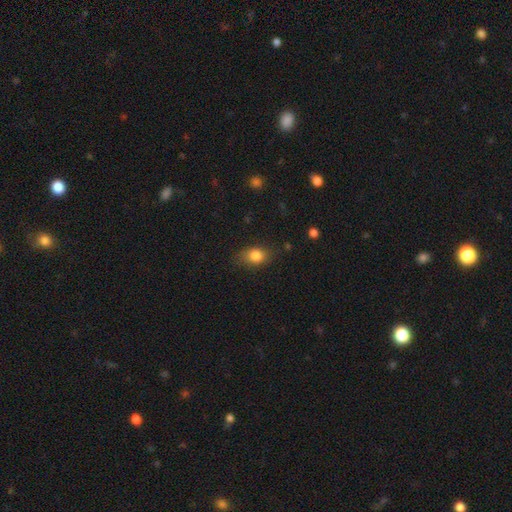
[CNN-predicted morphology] type=smooth (83%); roundness=in between (71%); merging=none (74%).